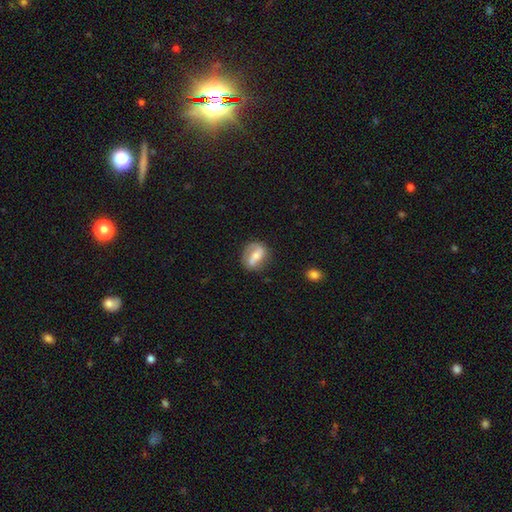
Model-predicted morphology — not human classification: This appears to be a featured or disk galaxy (58%) with a strong bar (42%), spiral arms (76%) and a moderate central bulge (49%). Merging: none (68%).